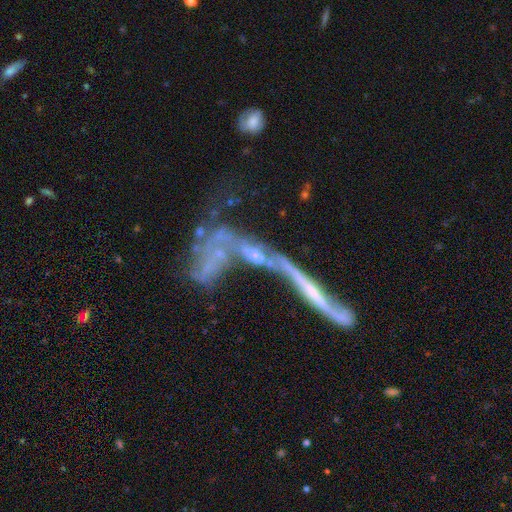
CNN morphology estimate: Overall: featured or disk (55%; smooth 27%). Edge-on disk: no (62%; yes 38%). Merging: merger (52%; none 19%).